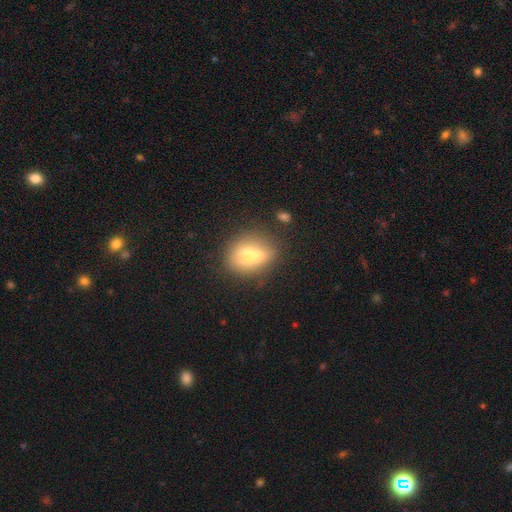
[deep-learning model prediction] Morphology: type=smooth (60%); roundness=round (54%); merging=none (43%).